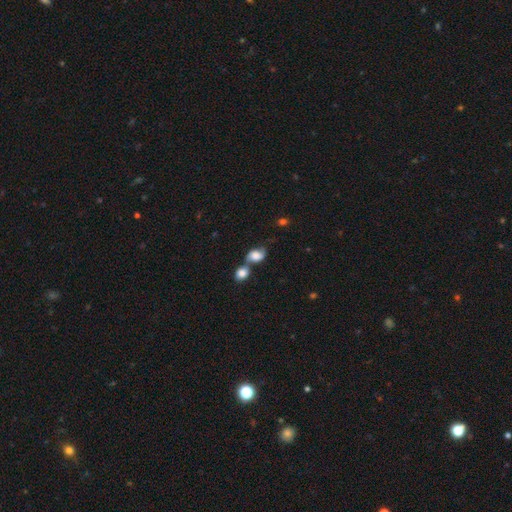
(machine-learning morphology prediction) Smooth or featured? Predicted: smooth (p=0.57). How rounded? Predicted: in between (p=0.64). Merging? Predicted: merger (p=0.49).